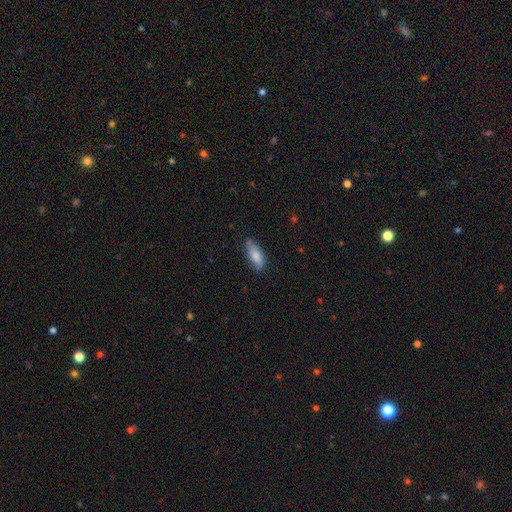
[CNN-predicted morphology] Smooth or featured? Predicted: smooth (p=0.78). How rounded? Predicted: in between (p=0.75). Merging? Predicted: none (p=0.71).